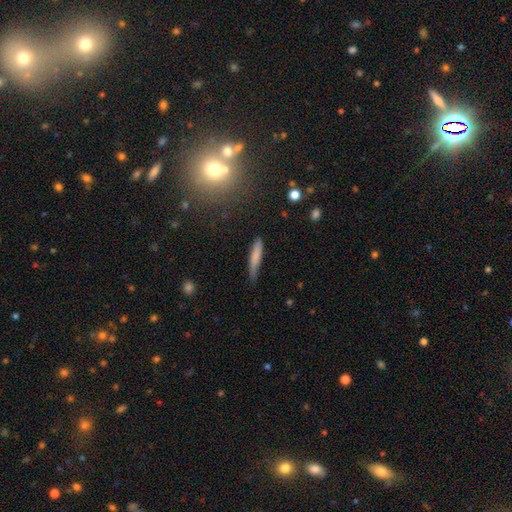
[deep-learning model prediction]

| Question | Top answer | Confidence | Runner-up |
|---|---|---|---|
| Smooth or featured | smooth | 73% | featured or disk (20%) |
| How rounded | cigar-shaped | 89% | in between (10%) |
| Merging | none | 68% | minor disturbance (25%) |